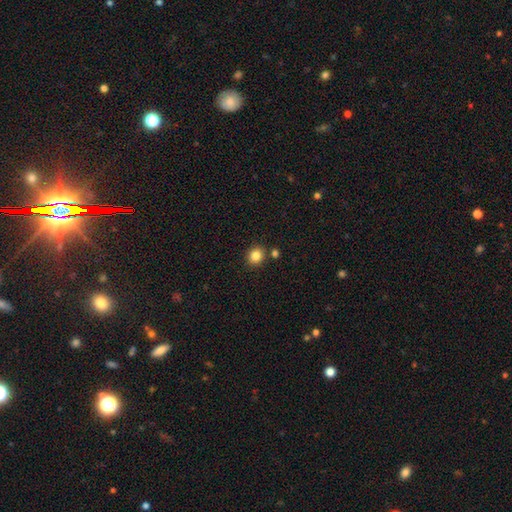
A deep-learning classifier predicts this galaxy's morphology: smooth-or-featured: smooth: 84% | star or artifact: 11% | featured or disk: 5%
  how-rounded: round: 78% | in between: 21% | cigar-shaped: 1%
  merging: none: 84% | minor disturbance: 8% | merger: 7% | major disturbance: 2%